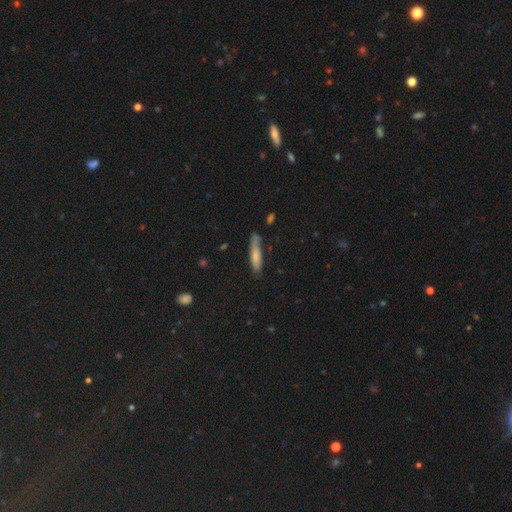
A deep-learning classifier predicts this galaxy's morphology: smooth-or-featured: smooth: 72% | featured or disk: 21% | star or artifact: 7%
  how-rounded: cigar-shaped: 81% | in between: 17% | round: 2%
  merging: none: 68% | minor disturbance: 22% | major disturbance: 5% | merger: 4%